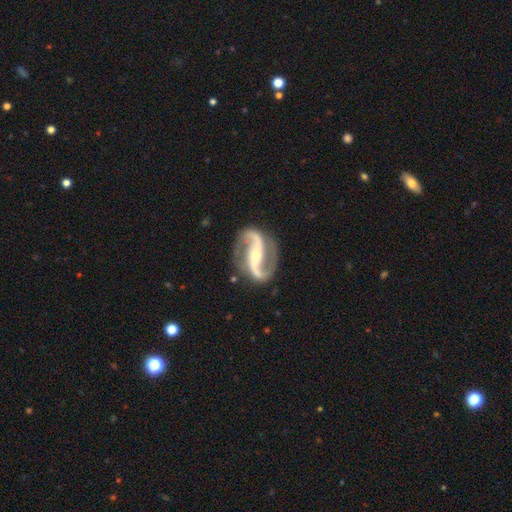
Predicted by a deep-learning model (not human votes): Overall: featured or disk (93%). Edge-on disk: no (97%). Bar: strong (53%; no 24%). Spiral arms: yes (98%). Spiral arm count: 2 (94%). Spiral winding: loose (44%, tied with medium). Bulge size: small (60%; moderate 36%). Merging: none (84%).